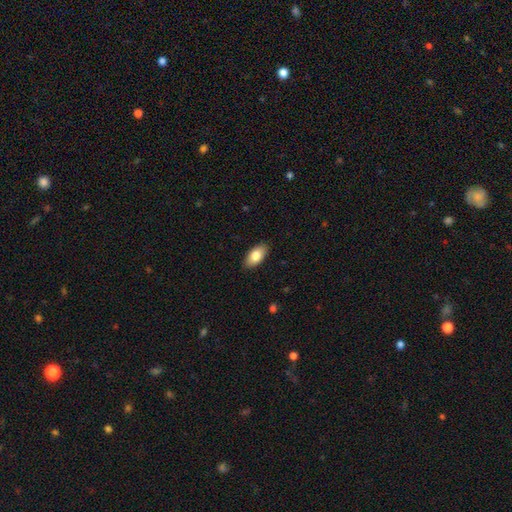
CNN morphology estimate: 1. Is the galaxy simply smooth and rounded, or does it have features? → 83% smooth, 11% featured or disk, 6% star or artifact.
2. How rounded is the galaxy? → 93% in between, 4% cigar-shaped, 3% round.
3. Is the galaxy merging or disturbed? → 89% none, 8% minor disturbance, 2% major disturbance, 1% merger.